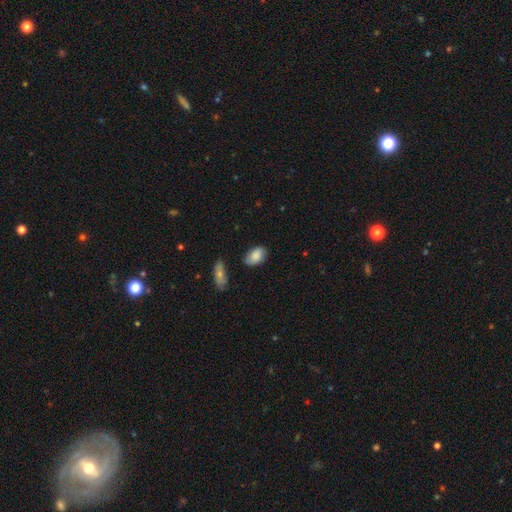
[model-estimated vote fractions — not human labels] Q: Smooth or featured?
A: smooth (81%); runner-up: featured or disk (12%)
Q: How rounded?
A: in between (90%); runner-up: round (9%)
Q: Merging?
A: none (74%); runner-up: minor disturbance (20%)